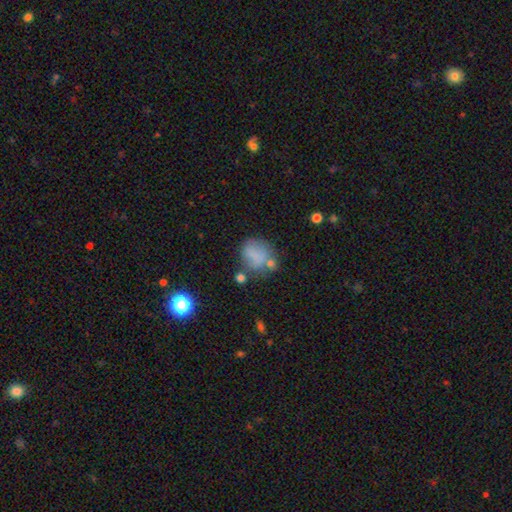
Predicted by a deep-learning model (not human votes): This is likely a smooth galaxy (70%). How rounded: likely round (67%). Merging: possibly none (48%).